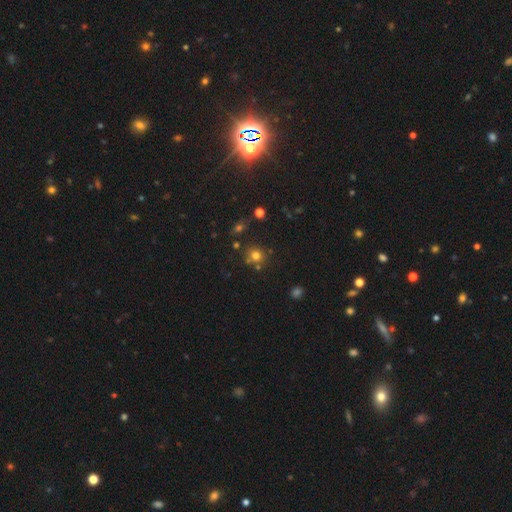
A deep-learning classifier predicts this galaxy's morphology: Smooth or featured: smooth — 73% (star or artifact — 18%)
How rounded: round — 85% (in between — 14%)
Merging: none — 72% (merger — 13%)